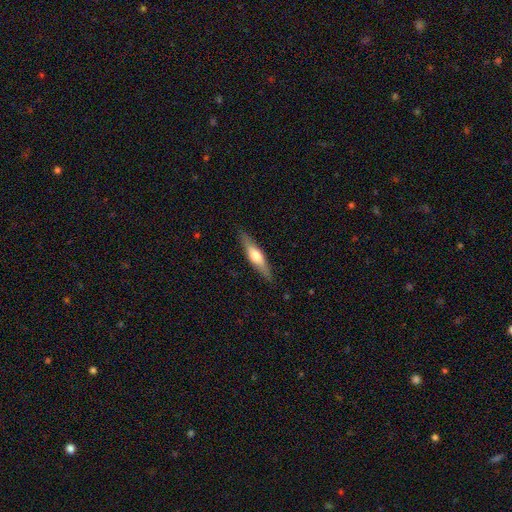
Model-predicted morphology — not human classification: Smooth or featured?
  - featured or disk: 55% *
  - smooth: 40%
  - star or artifact: 5%
Edge-on disk?
  - yes: 94% *
  - no: 6%
Edge-on bulge?
  - rounded: 88% *
  - boxy: 8%
  - none: 4%
Merging?
  - none: 88% *
  - minor disturbance: 9%
  - major disturbance: 2%
  - merger: 1%